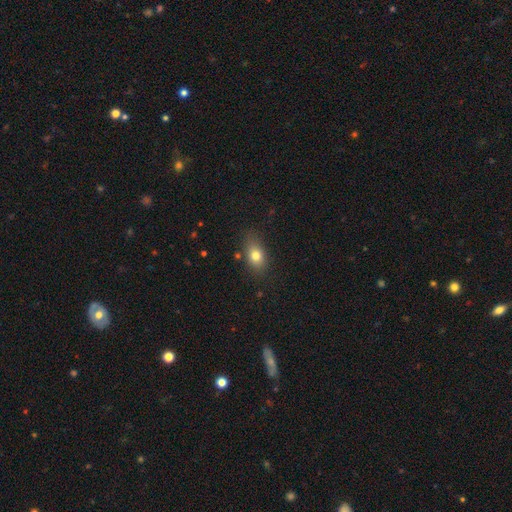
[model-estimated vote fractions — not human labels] smooth_or_featured: smooth (p=0.77) [alt: featured or disk p=0.12]
how_rounded: in between (p=0.77) [alt: round p=0.20]
merging: none (p=0.77) [alt: minor disturbance p=0.16]